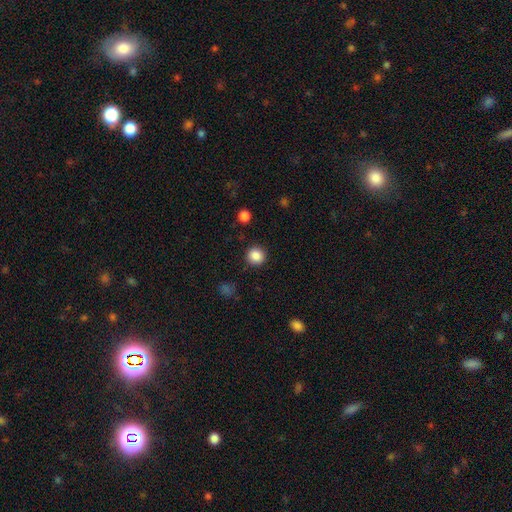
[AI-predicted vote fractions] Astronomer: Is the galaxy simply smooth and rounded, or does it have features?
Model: smooth — 87%.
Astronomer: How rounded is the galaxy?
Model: round — 93%.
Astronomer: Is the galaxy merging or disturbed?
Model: none — 91%.